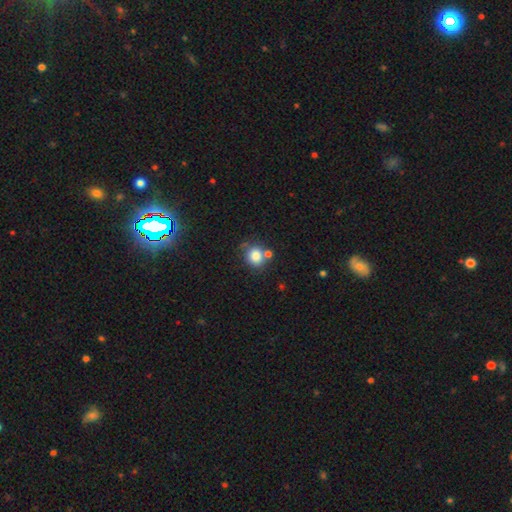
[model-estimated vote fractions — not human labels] Q: Smooth or featured?
A: smooth (82%); runner-up: star or artifact (11%)
Q: How rounded?
A: round (79%); runner-up: in between (20%)
Q: Merging?
A: none (61%); runner-up: merger (21%)